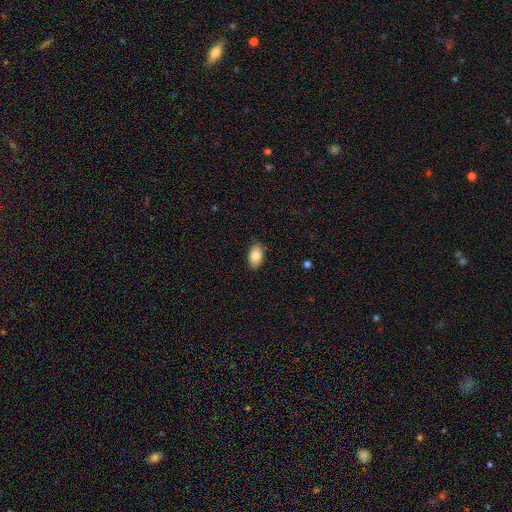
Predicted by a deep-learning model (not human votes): smooth-or-featured: smooth: 84% | featured or disk: 9% | star or artifact: 7%
  how-rounded: in between: 92% | round: 6% | cigar-shaped: 2%
  merging: none: 85% | minor disturbance: 12% | major disturbance: 2% | merger: 1%